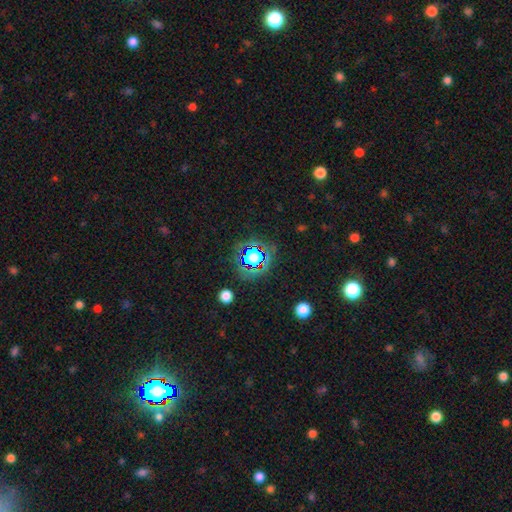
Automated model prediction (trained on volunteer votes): The model was most divided on "smooth or featured": star or artifact: 56%, smooth: 31%, featured or disk: 12%.